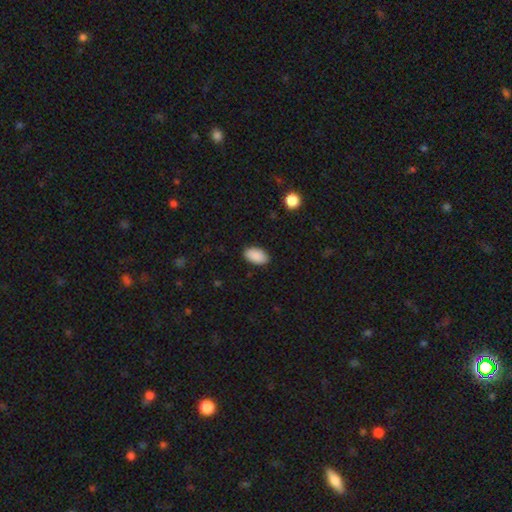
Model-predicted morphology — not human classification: type=smooth (90%); roundness=in between (95%); merging=none (87%).